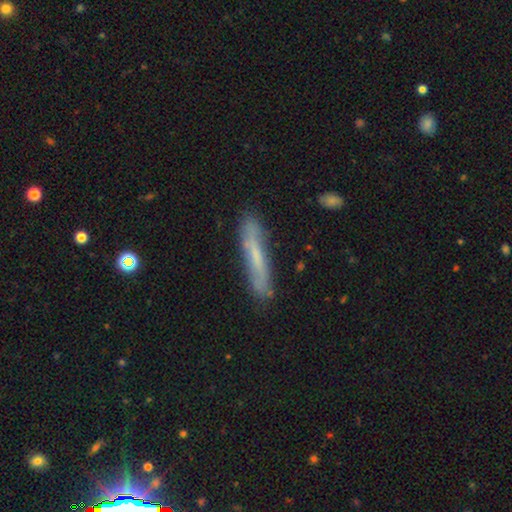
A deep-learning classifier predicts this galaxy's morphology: Smooth or featured: smooth — 47% (featured or disk — 46%)
Merging: none — 80% (minor disturbance — 14%)